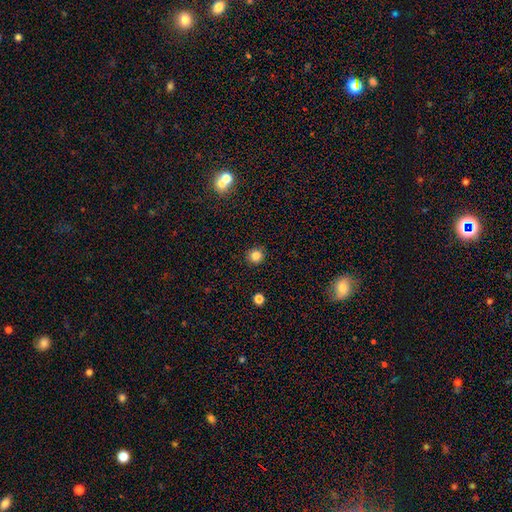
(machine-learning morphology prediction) Smooth or featured: smooth — 83% (star or artifact — 12%)
How rounded: round — 94% (in between — 6%)
Merging: none — 92% (minor disturbance — 5%)